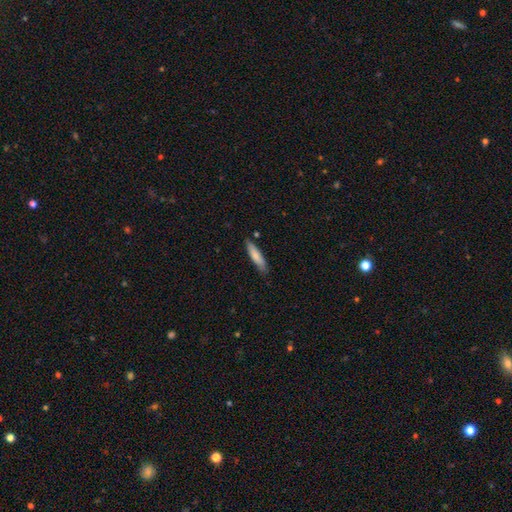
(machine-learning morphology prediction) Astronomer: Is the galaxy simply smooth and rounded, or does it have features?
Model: smooth — 80%.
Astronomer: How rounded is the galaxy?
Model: cigar-shaped — 78%.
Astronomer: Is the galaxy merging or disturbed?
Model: none — 80%.